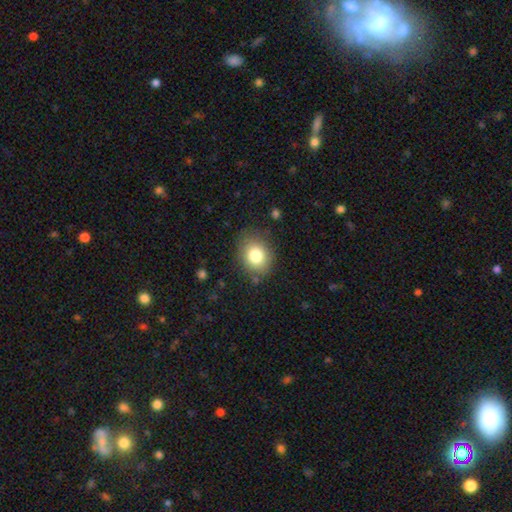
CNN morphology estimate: A smooth galaxy with no disk features (80%) that is round (53%). Merging: none (81%).